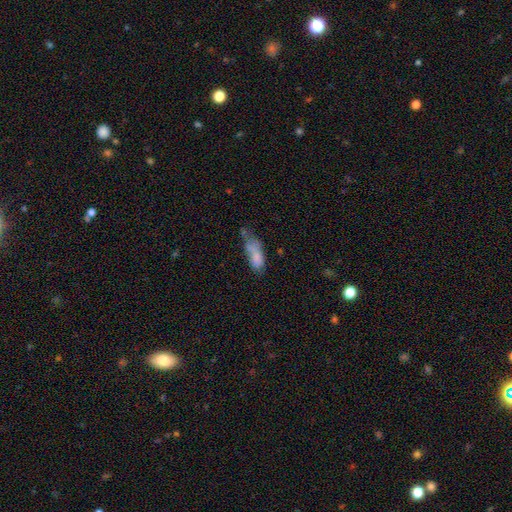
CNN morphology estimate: type=smooth (71%); roundness=in between (79%); merging=minor disturbance (29%).